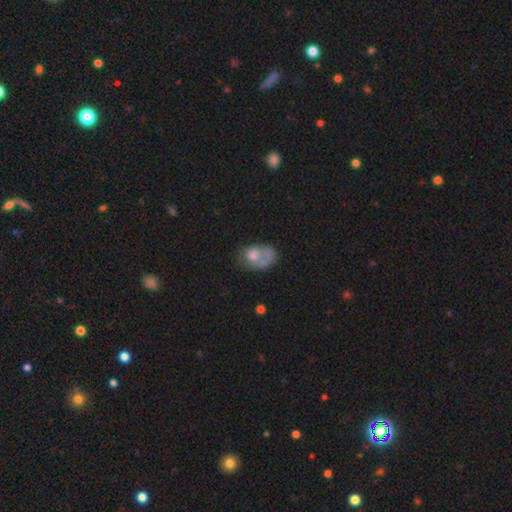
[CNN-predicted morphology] The model was most divided on "merging": none: 34%, major disturbance: 30%, minor disturbance: 21%, merger: 15%. More confident: how rounded — in between (73%); smooth or featured — smooth (54%).